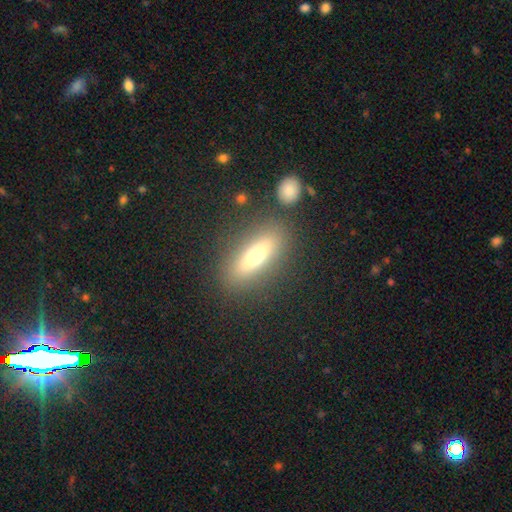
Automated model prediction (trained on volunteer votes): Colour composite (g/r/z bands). It shows a smooth galaxy with no disk features (57%) that is cigar-shaped (48%, tied with in between). Merging: none (81%).